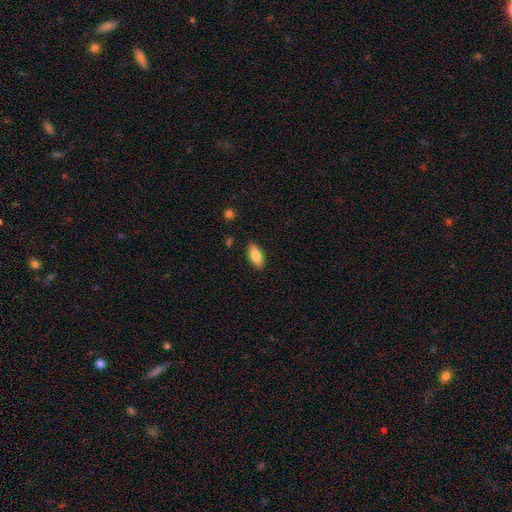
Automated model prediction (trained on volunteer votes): Overall: smooth (83%). How rounded: in between (86%). Merging: none (88%).